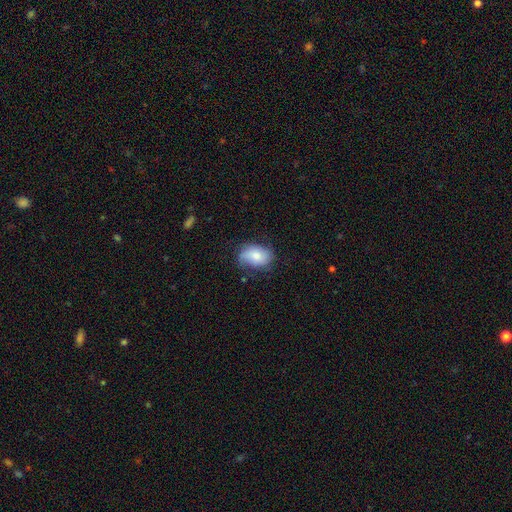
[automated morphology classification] Overall: smooth (73%). How rounded: in between (84%). Merging: none (61%; minor disturbance 29%).